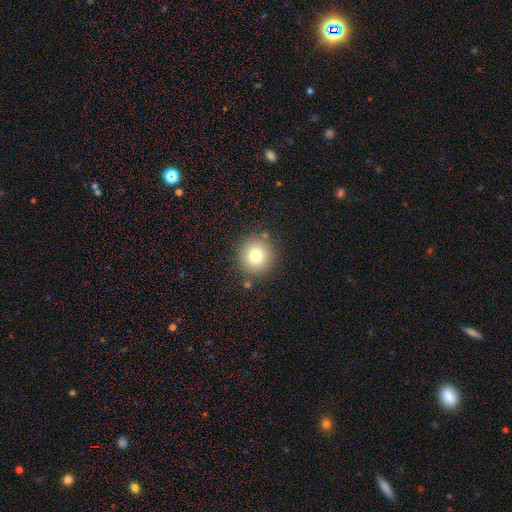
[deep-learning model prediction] smooth-or-featured: smooth: 76% | star or artifact: 13% | featured or disk: 11%
  how-rounded: round: 94% | in between: 5% | cigar-shaped: 1%
  merging: none: 86% | minor disturbance: 8% | merger: 3% | major disturbance: 3%